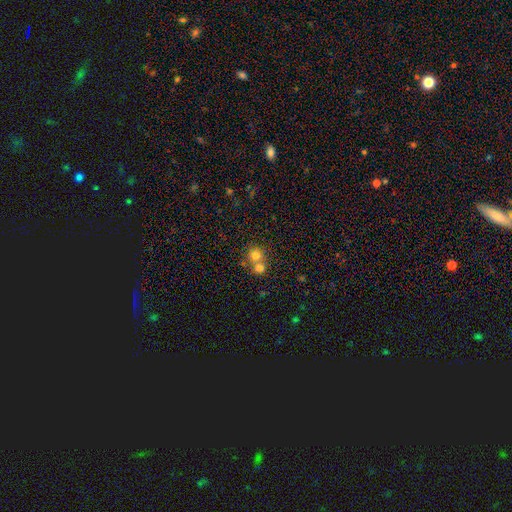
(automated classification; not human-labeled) This is likely a smooth galaxy (75%). How rounded: clearly round (87%). Merging: possibly merger (49%).